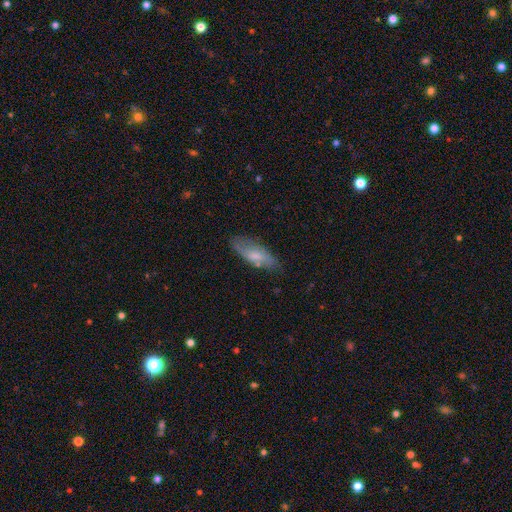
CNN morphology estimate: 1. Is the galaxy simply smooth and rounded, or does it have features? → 64% smooth, 30% featured or disk, 6% star or artifact.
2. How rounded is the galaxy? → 69% in between, 29% cigar-shaped, 2% round.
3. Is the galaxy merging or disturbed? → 70% none, 21% minor disturbance, 5% major disturbance, 3% merger.